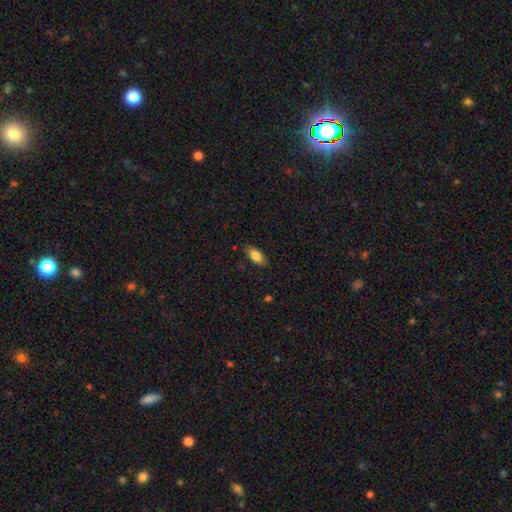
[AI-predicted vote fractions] Morphology: type=smooth (82%); roundness=in between (89%); merging=none (83%).